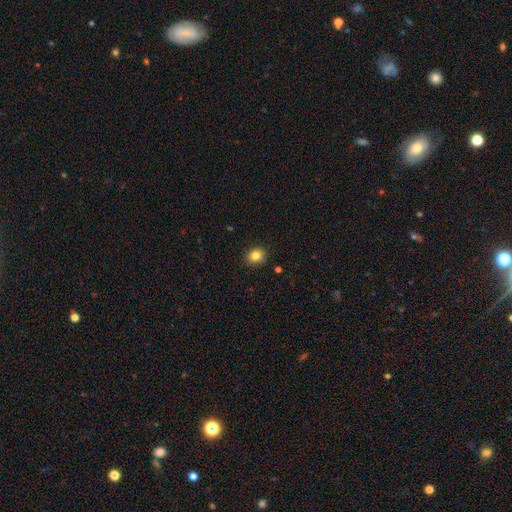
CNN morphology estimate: A smooth galaxy with no disk features (83%) that is round (63%). Merging: none (88%).